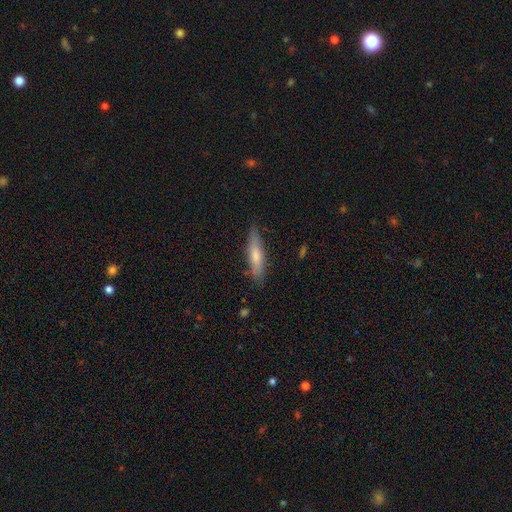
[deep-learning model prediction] This appears to be a smooth galaxy with no disk features (66%) that is cigar-shaped (77%). Merging: none (83%).